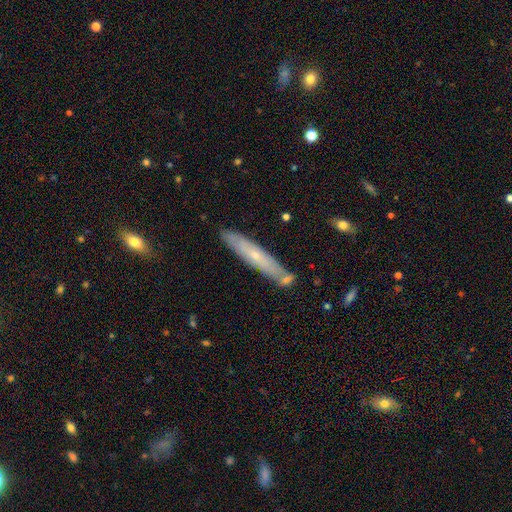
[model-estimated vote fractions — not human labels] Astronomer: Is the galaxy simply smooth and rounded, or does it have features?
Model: featured or disk — 50% (runner-up: smooth, 43%).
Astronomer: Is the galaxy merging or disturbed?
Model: none — 80%.